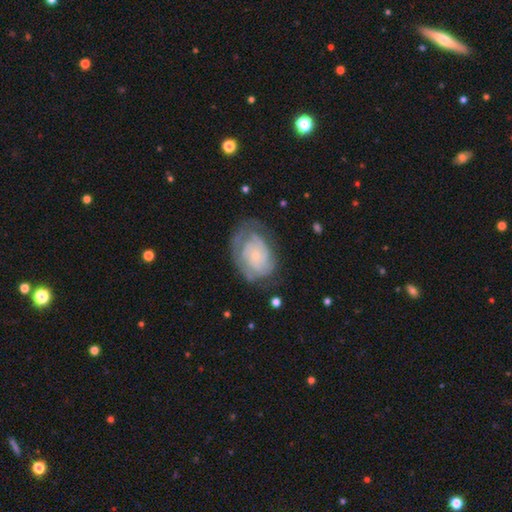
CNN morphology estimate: This is likely a featured or disk galaxy (75%). It is clearly not viewed edge-on (97%). Bar: clearly no (81%). Spiral arm pattern: clearly yes (87%). Spiral arm count: possibly can't tell (46%). Spiral winding: likely tight (66%). Central bulge: clearly small (80%). Merging: possibly none (59%).